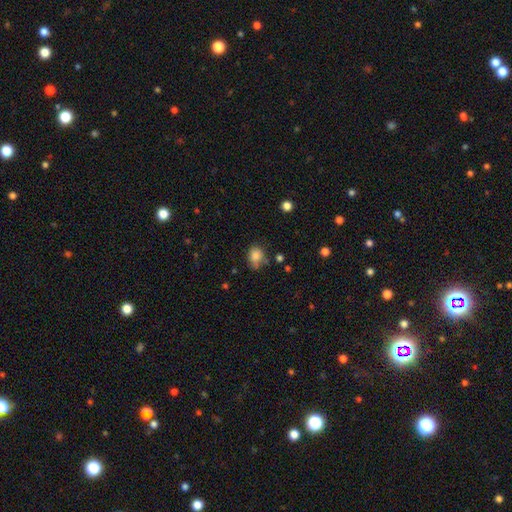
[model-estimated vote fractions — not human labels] smooth-or-featured: smooth: 82% | star or artifact: 11% | featured or disk: 8%
  how-rounded: round: 53% | in between: 46% | cigar-shaped: 1%
  merging: none: 55% | minor disturbance: 29% | major disturbance: 8% | merger: 8%